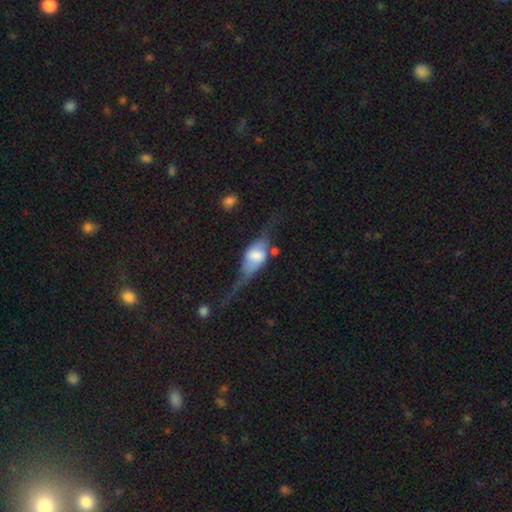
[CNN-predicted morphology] type=featured or disk (69%); edge-on=yes (79%); edge-on bulge=rounded (77%); merging=none (41%).